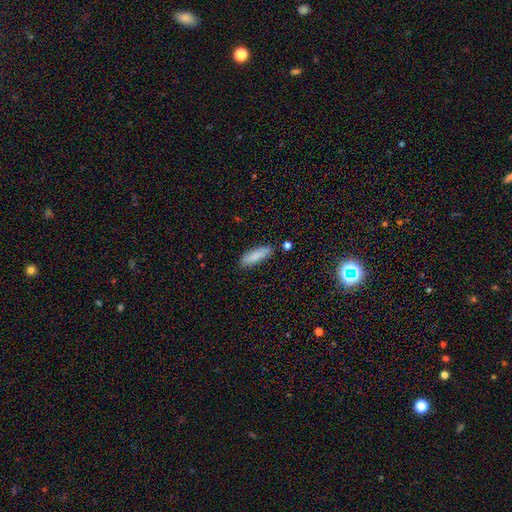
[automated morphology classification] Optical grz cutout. It shows a smooth galaxy with no disk features (85%) that is cigar-shaped (54%). Merging: none (80%).